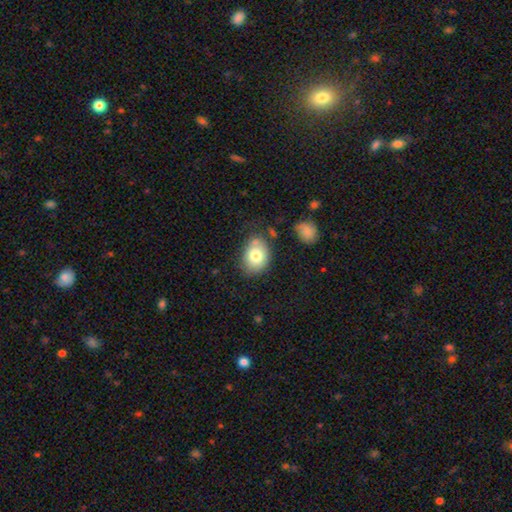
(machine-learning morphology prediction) The model was most divided on "how rounded": in between: 62%, round: 37%, cigar-shaped: 1%. More confident: smooth or featured — smooth (78%); merging — none (70%).